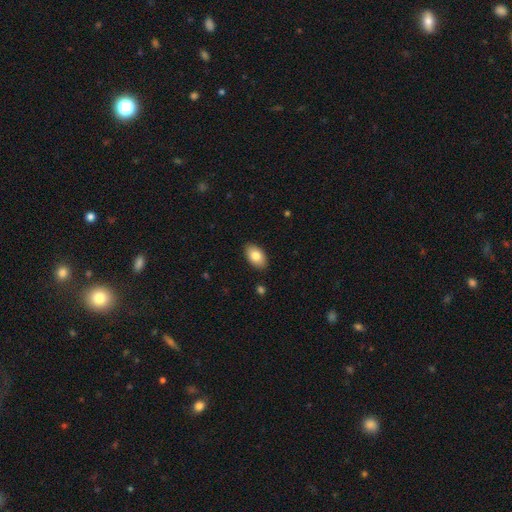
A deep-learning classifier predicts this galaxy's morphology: Smooth or featured? Predicted: smooth (p=0.83). How rounded? Predicted: in between (p=0.94). Merging? Predicted: none (p=0.88).